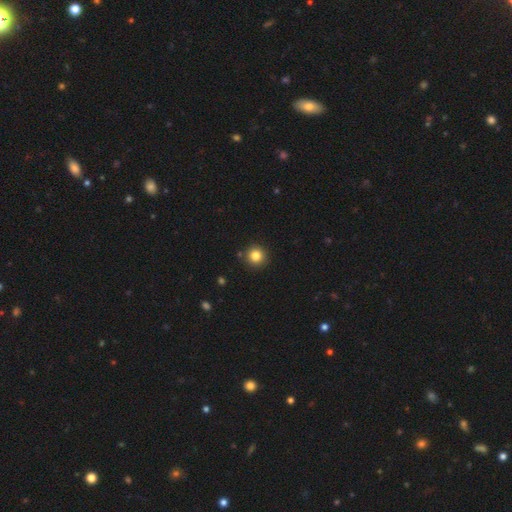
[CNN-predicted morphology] Overall: smooth (83%). How rounded: round (95%). Merging: none (90%).